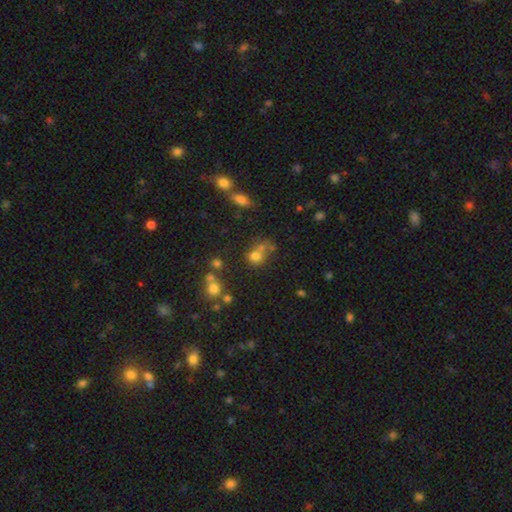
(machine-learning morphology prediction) Overall: smooth (69%). How rounded: round (75%). Merging: none (46%; merger 33%).